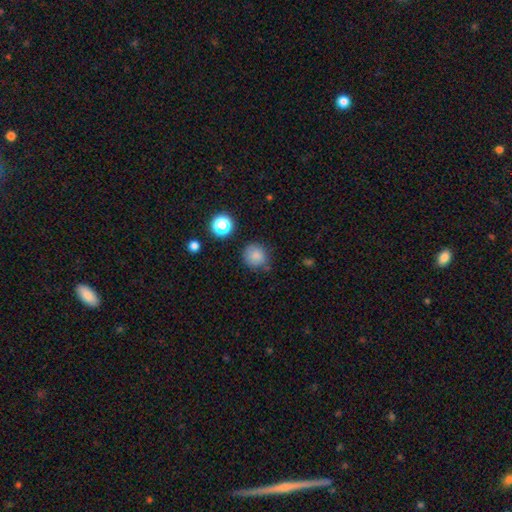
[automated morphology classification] Smooth or featured? smooth (82%)
How rounded? round (91%)
Merging? none (76%)